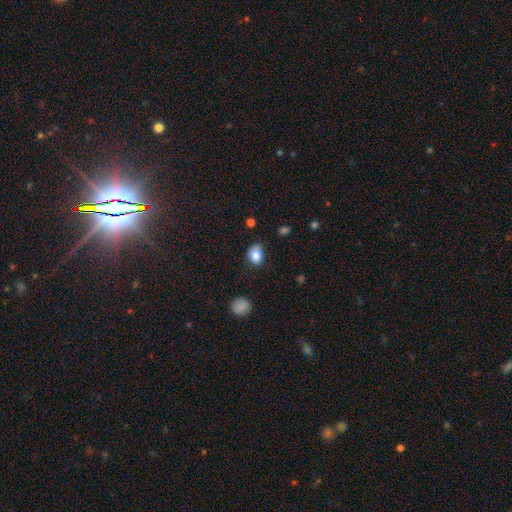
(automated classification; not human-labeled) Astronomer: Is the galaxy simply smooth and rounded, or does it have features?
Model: smooth — 84%.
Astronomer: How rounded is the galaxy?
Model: in between — 63%.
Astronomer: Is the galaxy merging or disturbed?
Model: none — 57% (runner-up: minor disturbance, 33%).